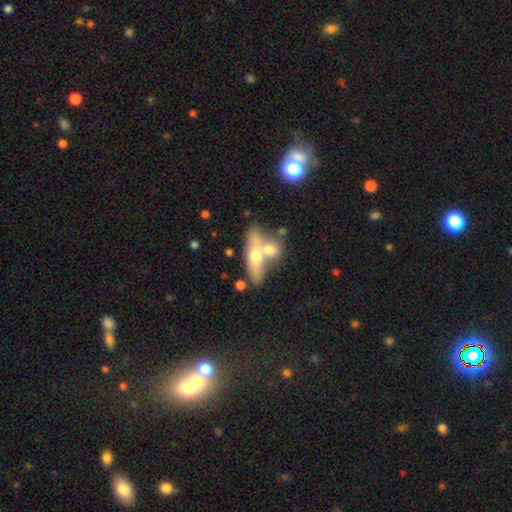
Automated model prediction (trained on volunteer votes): A smooth galaxy with no disk features (50%) that is in between round and cigar-shaped (52%). Merging: merger (52%).